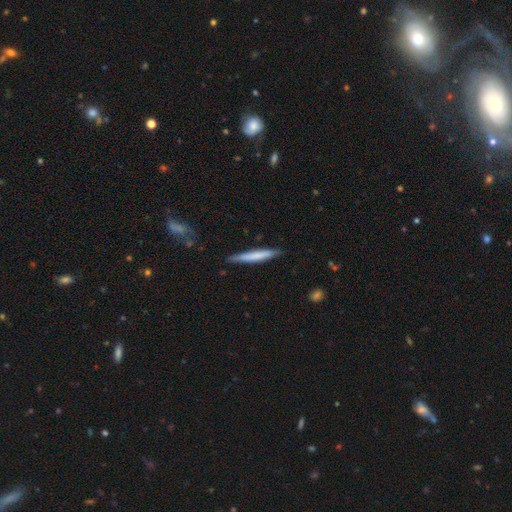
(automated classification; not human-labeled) smooth_or_featured: smooth (p=0.65) [alt: featured or disk p=0.30]
how_rounded: cigar-shaped (p=0.95) [alt: in between p=0.04]
merging: none (p=0.85) [alt: minor disturbance p=0.12]